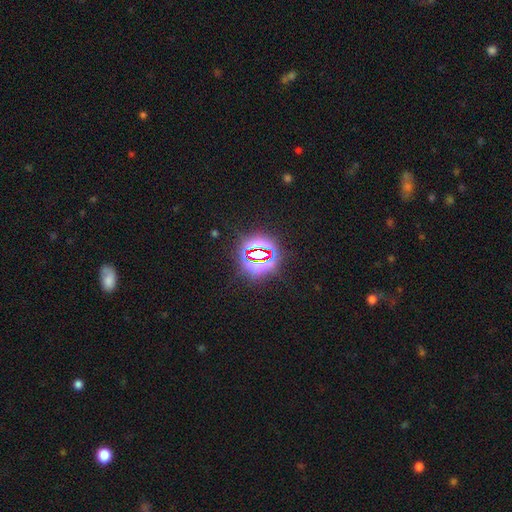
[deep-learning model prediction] Q: Smooth or featured?
A: star or artifact (78%); runner-up: smooth (14%)